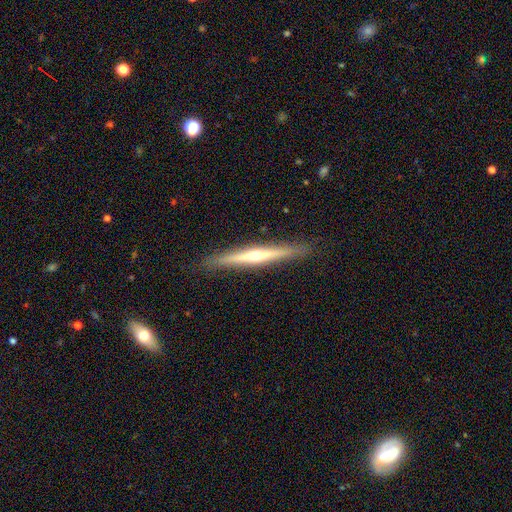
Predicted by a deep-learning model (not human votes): Smooth or featured? Predicted: featured or disk (p=0.73). Edge-on disk? Predicted: yes (p=0.97). Edge-on bulge? Predicted: rounded (p=0.84). Merging? Predicted: none (p=0.91).